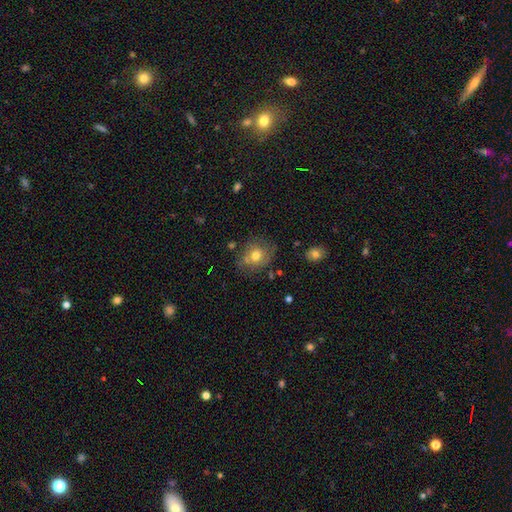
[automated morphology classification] Smooth or featured? smooth (63%)
How rounded? round (73%)
Merging? none (65%)